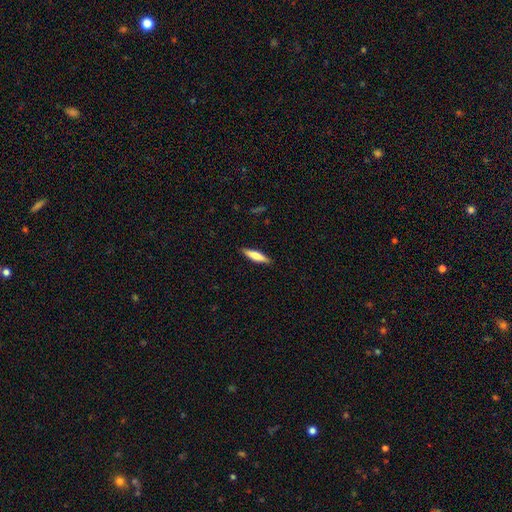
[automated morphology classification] A smooth galaxy with no disk features (66%) that is cigar-shaped (74%).

Vote fractions:
- Smooth or featured? smooth: 66% / featured or disk: 28% / star or artifact: 6%
- How rounded? cigar-shaped: 74% / in between: 25% / round: 2%
- Merging? none: 89% / minor disturbance: 8% / major disturbance: 2% / merger: 1%